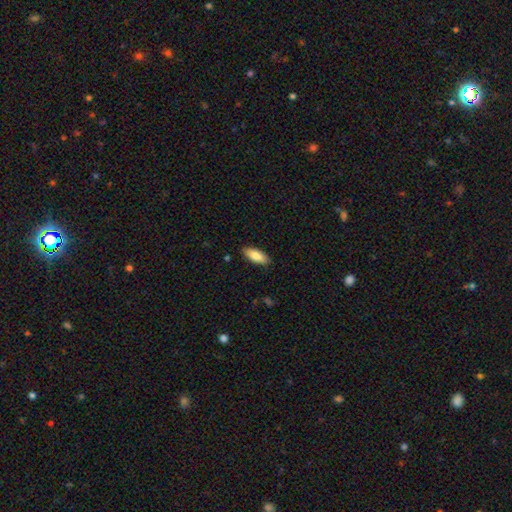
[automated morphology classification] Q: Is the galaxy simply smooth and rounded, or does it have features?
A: smooth — 83%.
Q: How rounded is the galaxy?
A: in between — 75%.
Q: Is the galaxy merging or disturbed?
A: none — 88%.